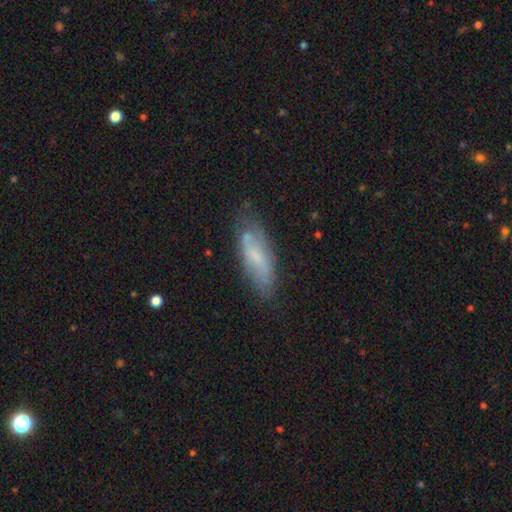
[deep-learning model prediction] smooth 55%, featured or disk 37%, star or artifact 8%. Down the decision tree: how rounded — in between (58%); merging — none (65%).